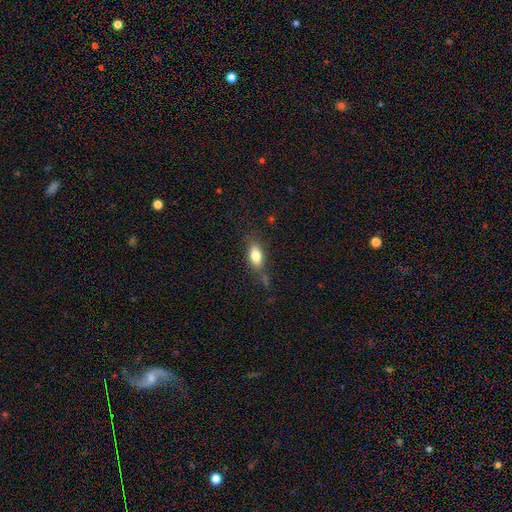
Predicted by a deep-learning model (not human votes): Smooth or featured: smooth — 80% (featured or disk — 12%)
How rounded: in between — 85% (cigar-shaped — 10%)
Merging: none — 69% (minor disturbance — 19%)